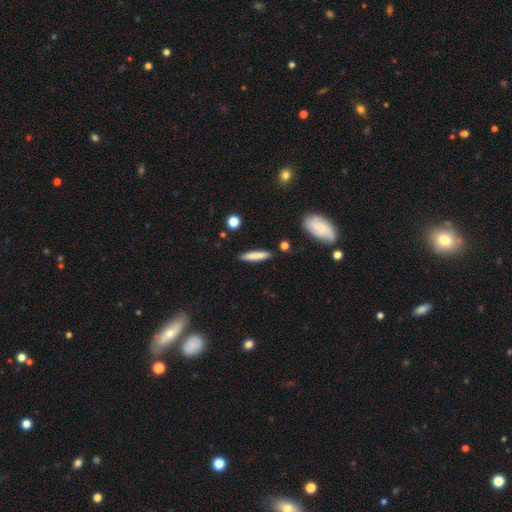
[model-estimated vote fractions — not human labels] Smooth or featured? Predicted: smooth (p=0.79). How rounded? Predicted: cigar-shaped (p=0.88). Merging? Predicted: none (p=0.88).